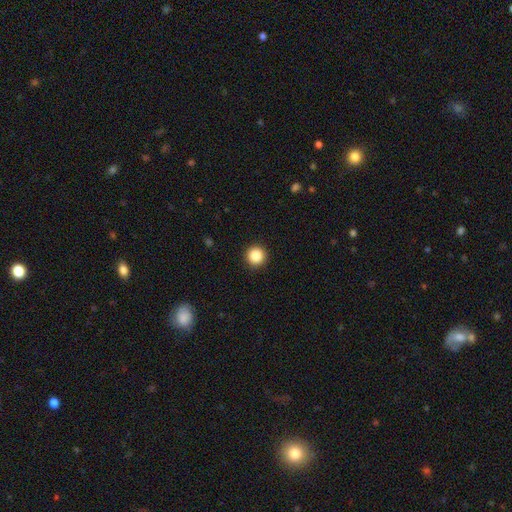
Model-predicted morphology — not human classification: Smooth or featured?
  - smooth: 87% *
  - star or artifact: 10%
  - featured or disk: 3%
How rounded?
  - round: 96% *
  - in between: 3%
  - cigar-shaped: 1%
Merging?
  - none: 92% *
  - minor disturbance: 5%
  - major disturbance: 2%
  - merger: 1%